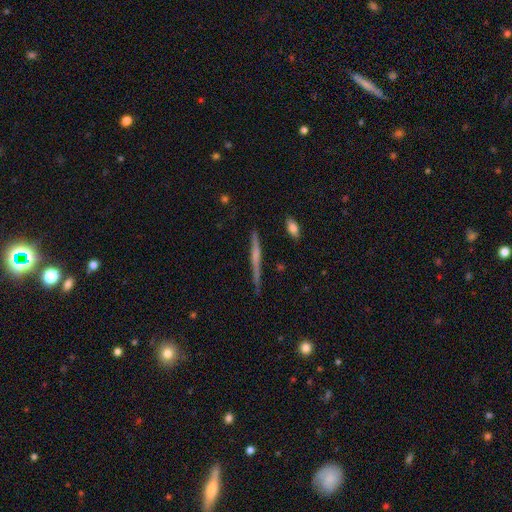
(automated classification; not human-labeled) A featured or disk galaxy (63%) viewed edge-on (97%) with no central bulge (50%).

Vote fractions:
- Smooth or featured? featured or disk: 63% / smooth: 30% / star or artifact: 7%
- Edge-on disk? yes: 97% / no: 3%
- Edge-on bulge? none: 50% / rounded: 37% / boxy: 13%
- Merging? none: 85% / minor disturbance: 11% / major disturbance: 2% / merger: 2%